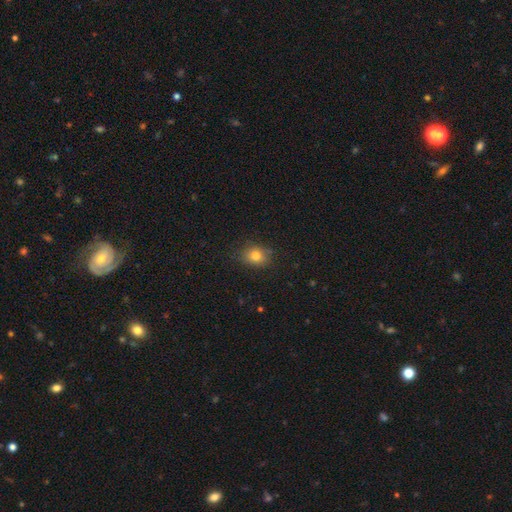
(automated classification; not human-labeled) The model was most divided on "how rounded": round: 57%, in between: 42%, cigar-shaped: 1%. More confident: merging — none (82%); smooth or featured — smooth (80%).